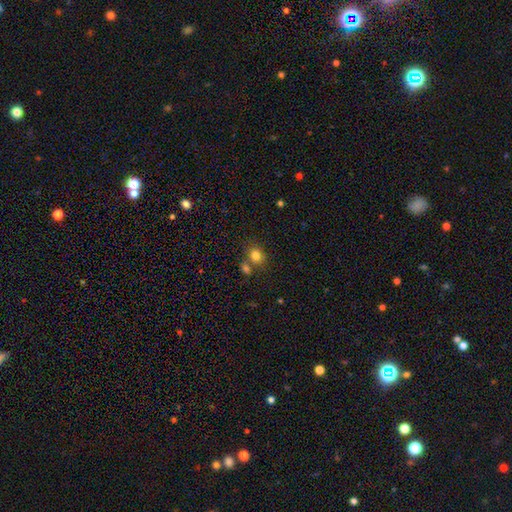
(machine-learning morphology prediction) This appears to be a smooth galaxy with no disk features (80%) that is round (71%). Merging: none (61%).